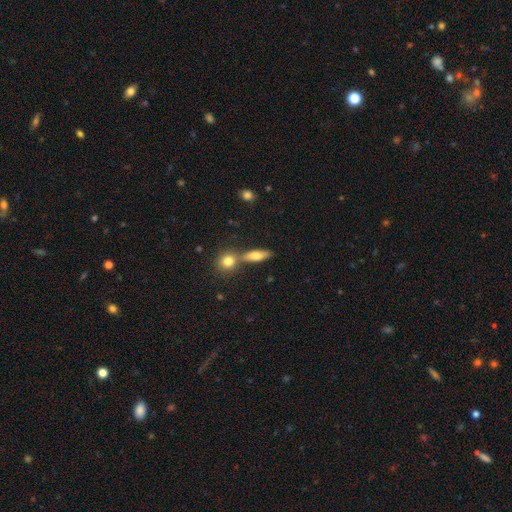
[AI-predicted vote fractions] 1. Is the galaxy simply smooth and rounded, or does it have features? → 70% smooth, 21% featured or disk, 9% star or artifact.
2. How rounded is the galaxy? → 52% in between, 41% cigar-shaped, 7% round.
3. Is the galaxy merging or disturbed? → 59% none, 27% merger, 10% minor disturbance, 4% major disturbance.